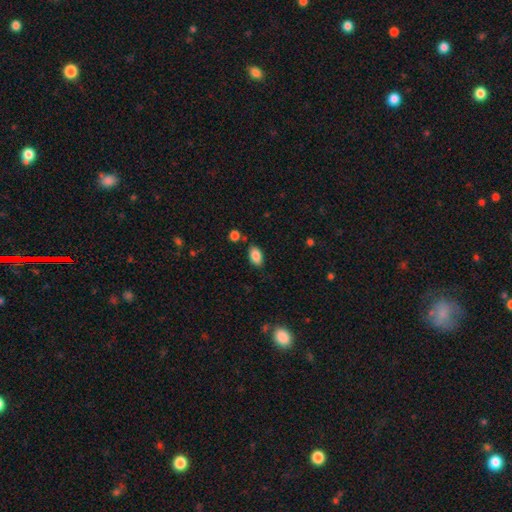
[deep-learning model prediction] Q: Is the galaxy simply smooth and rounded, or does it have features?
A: smooth — 87%.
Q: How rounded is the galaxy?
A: in between — 92%.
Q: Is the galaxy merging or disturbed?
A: none — 80%.